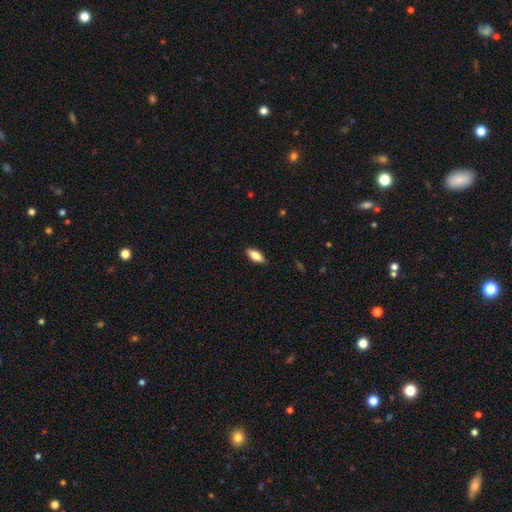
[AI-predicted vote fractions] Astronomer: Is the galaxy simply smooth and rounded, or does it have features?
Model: smooth — 75%.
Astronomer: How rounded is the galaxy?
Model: in between — 78%.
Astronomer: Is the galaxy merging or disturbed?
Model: none — 88%.